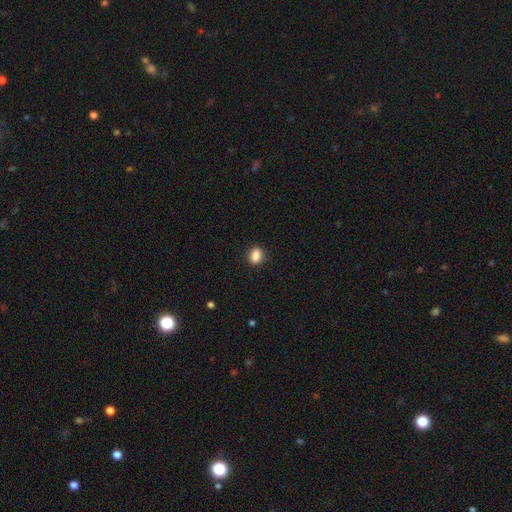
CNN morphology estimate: A smooth galaxy with no disk features (87%) that is in between round and cigar-shaped (67%). Merging: none (87%).